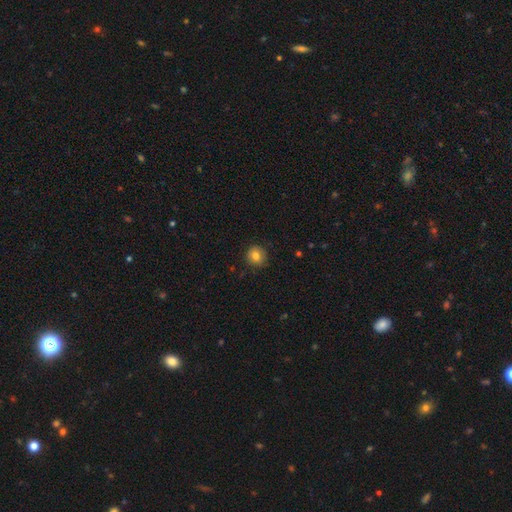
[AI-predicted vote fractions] The model was most divided on "smooth or featured": smooth: 81%, star or artifact: 10%, featured or disk: 10%. More confident: how rounded — round (88%); merging — none (86%).